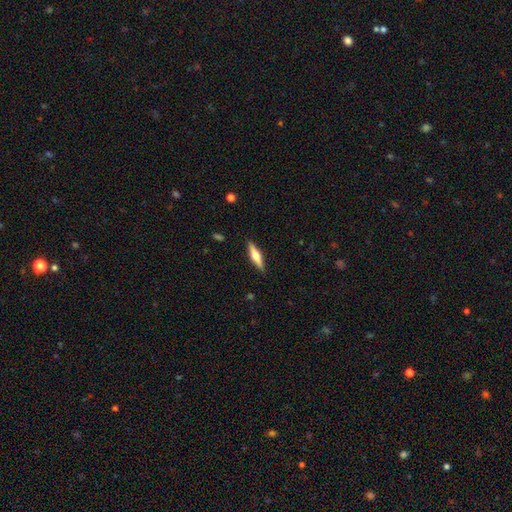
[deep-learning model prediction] Morphology: type=featured or disk (55%); edge-on=yes (96%); edge-on bulge=rounded (91%); merging=none (89%).